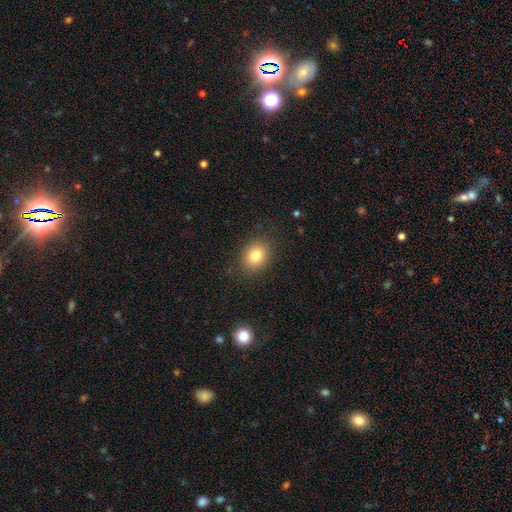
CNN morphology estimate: A smooth galaxy with no disk features (80%) that is round (56%). Merging: none (86%).